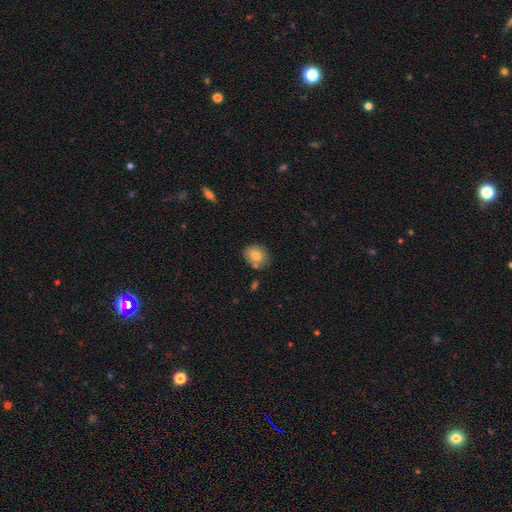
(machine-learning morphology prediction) Q: Smooth or featured?
A: smooth (79%); runner-up: featured or disk (12%)
Q: How rounded?
A: round (61%); runner-up: in between (38%)
Q: Merging?
A: none (72%); runner-up: minor disturbance (15%)